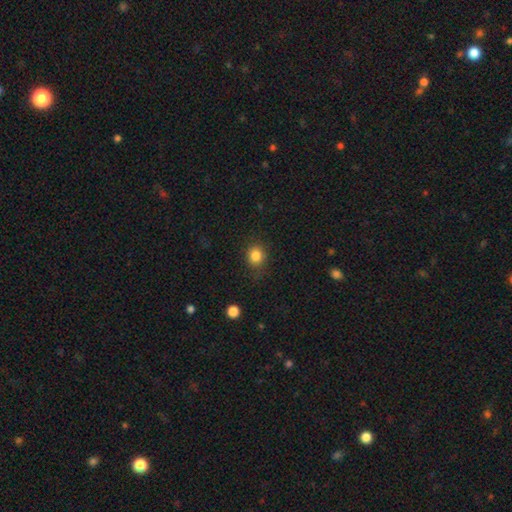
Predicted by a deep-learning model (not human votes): Smooth or featured: smooth — 84% (star or artifact — 11%)
How rounded: round — 80% (in between — 19%)
Merging: none — 81% (minor disturbance — 13%)